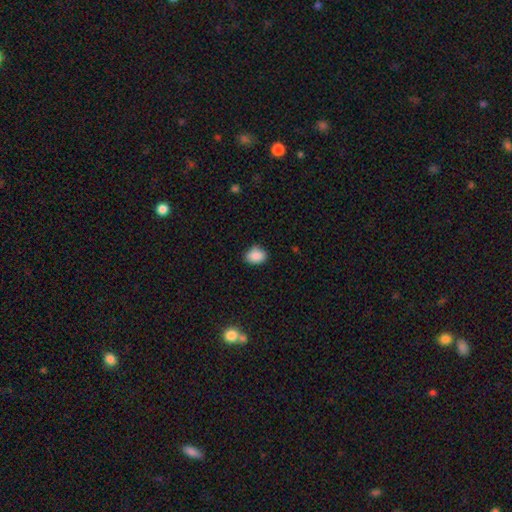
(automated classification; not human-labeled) Overall: smooth (89%). How rounded: in between (60%; round 39%). Merging: none (82%).